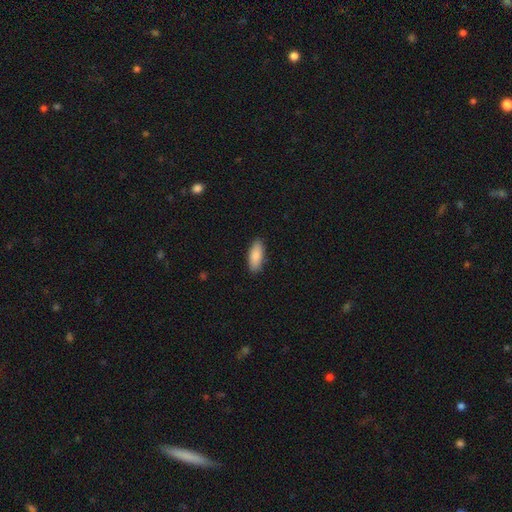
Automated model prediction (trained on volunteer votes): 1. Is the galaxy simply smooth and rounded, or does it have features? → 87% smooth, 7% featured or disk, 6% star or artifact.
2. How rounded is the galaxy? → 78% in between, 20% cigar-shaped, 2% round.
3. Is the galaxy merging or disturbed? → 87% none, 10% minor disturbance, 2% major disturbance, 1% merger.